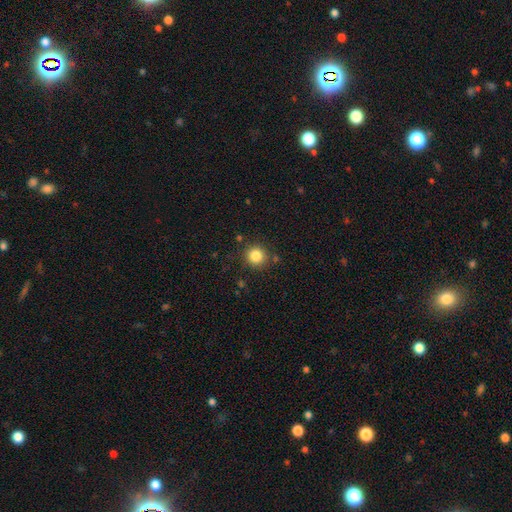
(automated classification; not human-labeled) Smooth or featured? Predicted: smooth (p=0.84). How rounded? Predicted: round (p=0.92). Merging? Predicted: none (p=0.86).